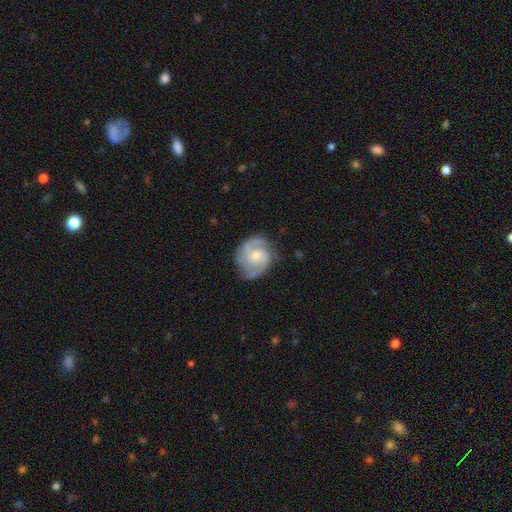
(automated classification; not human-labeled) A featured or disk galaxy (82%) with no bar (63%), 2 (64%) medium (46%) spiral arms (96%) and a moderate central bulge (50%). Merging: none (72%).